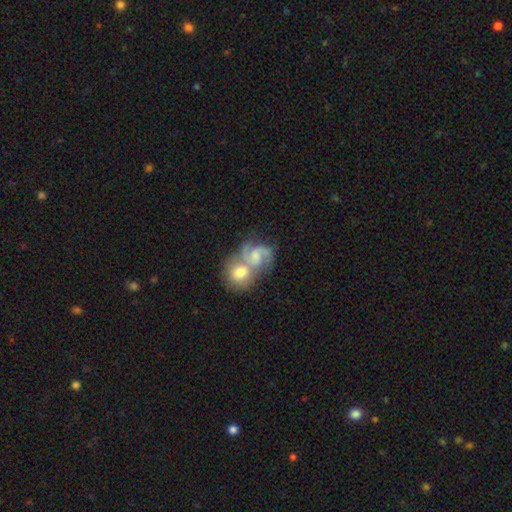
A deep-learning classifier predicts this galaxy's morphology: Overall: featured or disk (73%). Edge-on disk: no (98%). Bar: no (54%; weak 39%). Spiral arms: yes (93%). Spiral arm count: 2 (78%). Spiral winding: medium (55%; loose 23%). Bulge size: small (38%, tied with moderate). Merging: merger (65%).